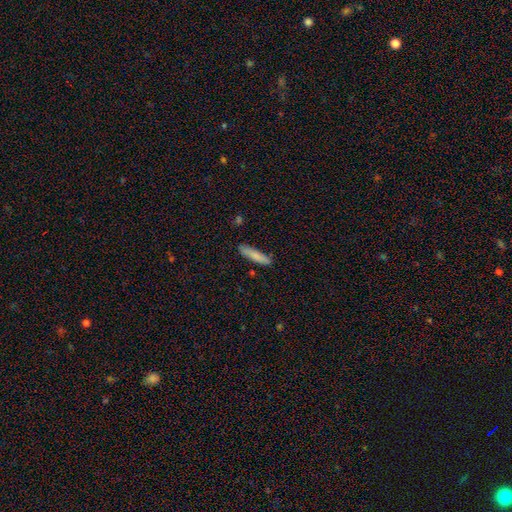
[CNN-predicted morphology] Smooth or featured? Predicted: smooth (p=0.81). How rounded? Predicted: cigar-shaped (p=0.81). Merging? Predicted: none (p=0.85).